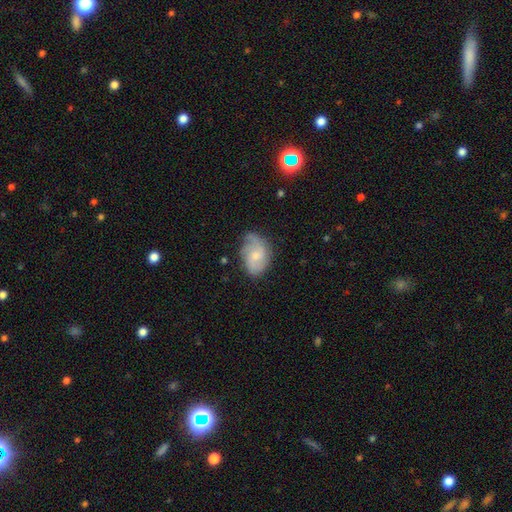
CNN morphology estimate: Smooth or featured: featured or disk — 58% (smooth — 35%)
Edge-on disk: no — 97% (yes — 3%)
Bar: no — 66% (weak — 31%)
Spiral arms: yes — 87% (no — 13%)
Bulge size: small — 53% (moderate — 40%)
Merging: none — 57% (minor disturbance — 30%)